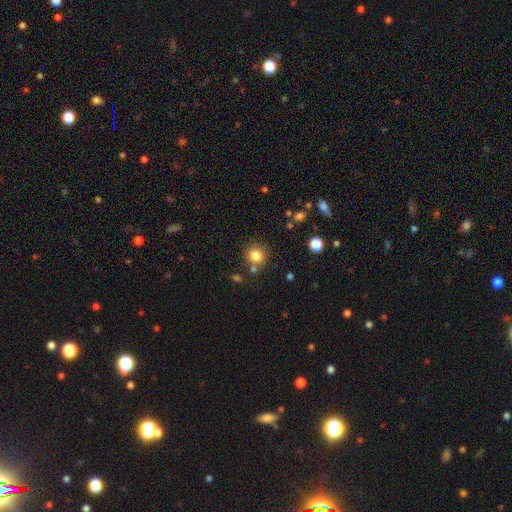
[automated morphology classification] Overall: smooth (82%). How rounded: round (90%). Merging: none (74%).